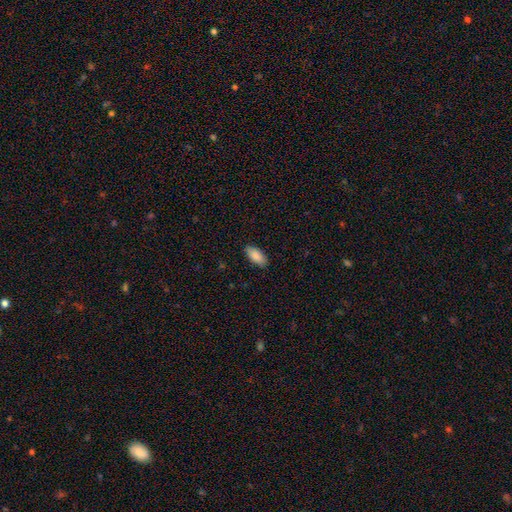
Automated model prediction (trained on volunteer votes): smooth-or-featured: smooth: 89% | star or artifact: 6% | featured or disk: 5%
  how-rounded: in between: 88% | cigar-shaped: 10% | round: 2%
  merging: none: 87% | minor disturbance: 10% | major disturbance: 2% | merger: 1%